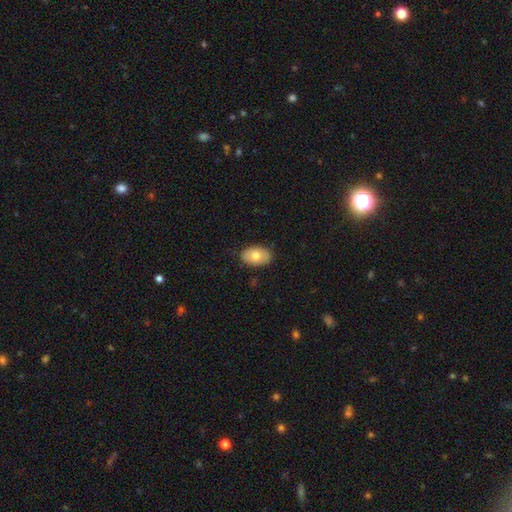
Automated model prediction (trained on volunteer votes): Smooth or featured? smooth (74%)
How rounded? in between (90%)
Merging? none (85%)